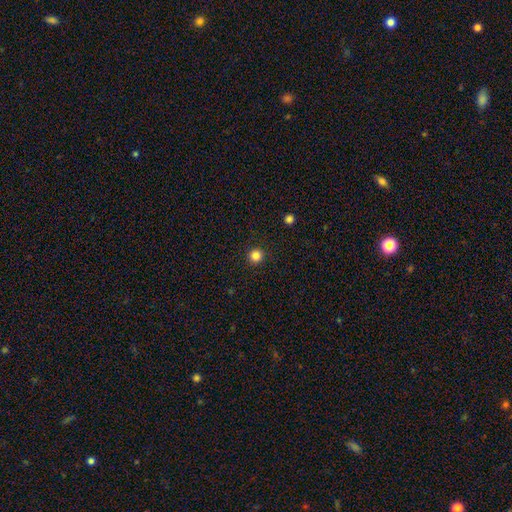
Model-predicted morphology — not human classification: The model was most divided on "smooth or featured": smooth: 85%, star or artifact: 12%, featured or disk: 3%. More confident: how rounded — round (96%); merging — none (93%).